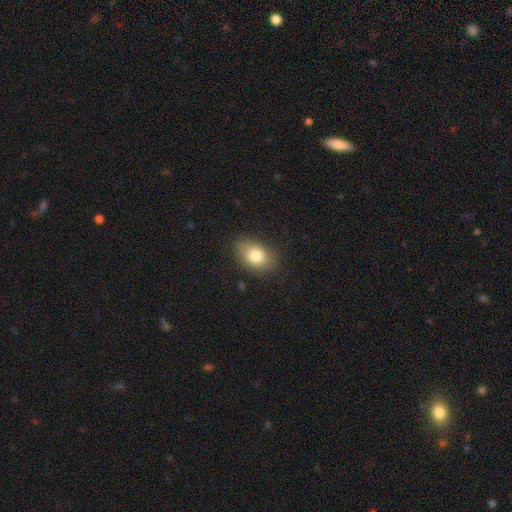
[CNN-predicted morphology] Smooth or featured: smooth — 81% (featured or disk — 11%)
How rounded: in between — 81% (round — 18%)
Merging: none — 77% (minor disturbance — 17%)